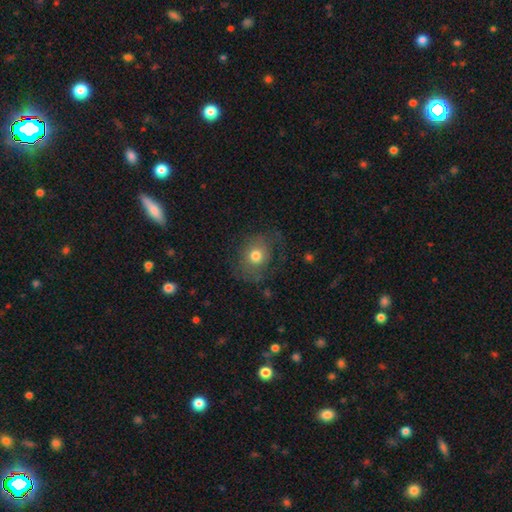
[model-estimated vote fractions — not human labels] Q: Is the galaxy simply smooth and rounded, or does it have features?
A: smooth — 72%.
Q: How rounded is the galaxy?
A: round — 66%.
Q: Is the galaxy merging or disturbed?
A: none — 65%.